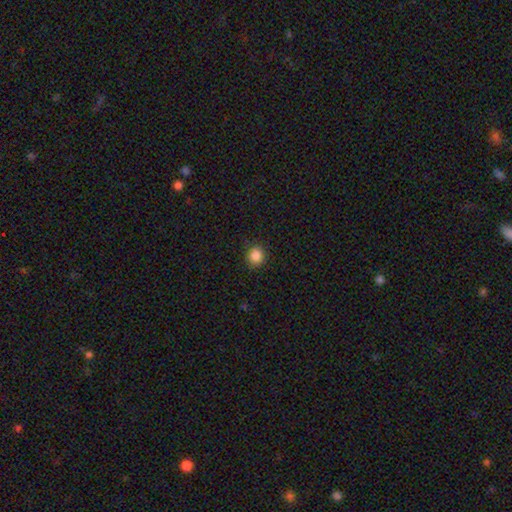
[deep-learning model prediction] A smooth galaxy with no disk features (86%) that is round (87%).

Vote fractions:
- Smooth or featured? smooth: 86% / star or artifact: 11% / featured or disk: 3%
- How rounded? round: 87% / in between: 12% / cigar-shaped: 1%
- Merging? none: 89% / minor disturbance: 8% / major disturbance: 2% / merger: 1%